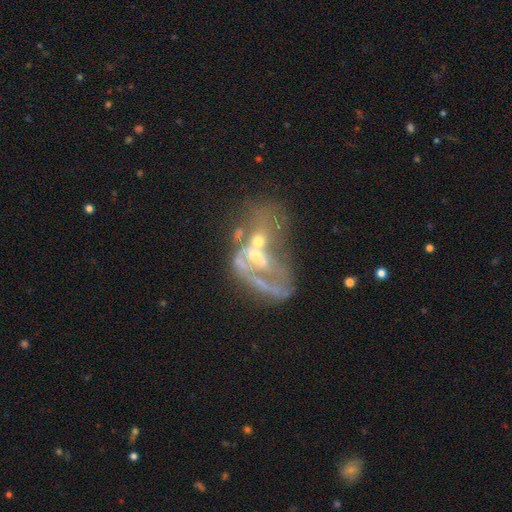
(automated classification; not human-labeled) smooth_or_featured: featured or disk (p=0.70) [alt: smooth p=0.18]
disk_edge_on: no (p=0.95) [alt: yes p=0.05]
bar: no (p=0.71) [alt: weak p=0.21]
has_spiral_arms: no (p=0.62) [alt: yes p=0.38]
bulge_size: moderate (p=0.43) [alt: small p=0.35]
merging: merger (p=0.54) [alt: major disturbance p=0.25]